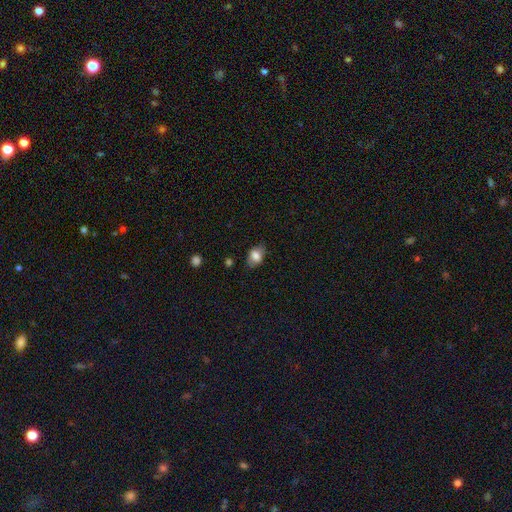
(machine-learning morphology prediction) Q: Smooth or featured?
A: smooth (76%); runner-up: featured or disk (16%)
Q: How rounded?
A: in between (84%); runner-up: round (14%)
Q: Merging?
A: none (78%); runner-up: minor disturbance (17%)